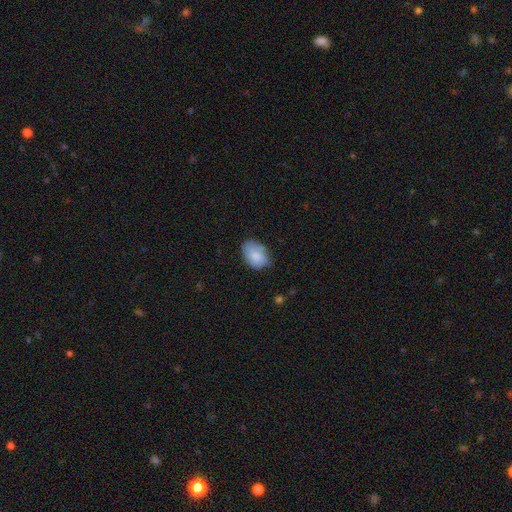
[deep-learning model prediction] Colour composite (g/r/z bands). It shows a smooth galaxy with no disk features (75%) that is in between round and cigar-shaped (82%). Merging: none (63%).